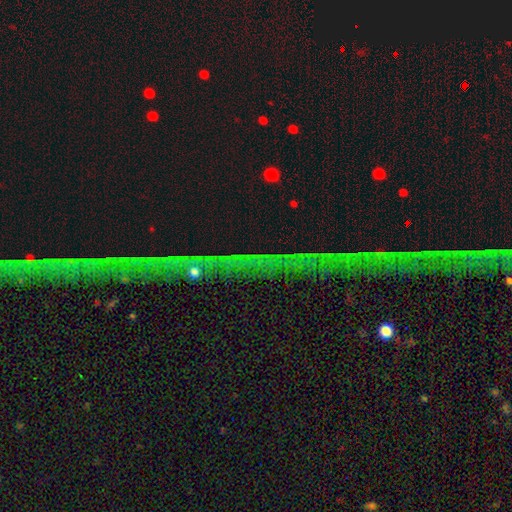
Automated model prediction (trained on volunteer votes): star or artifact 85%, featured or disk 9%, smooth 6%.